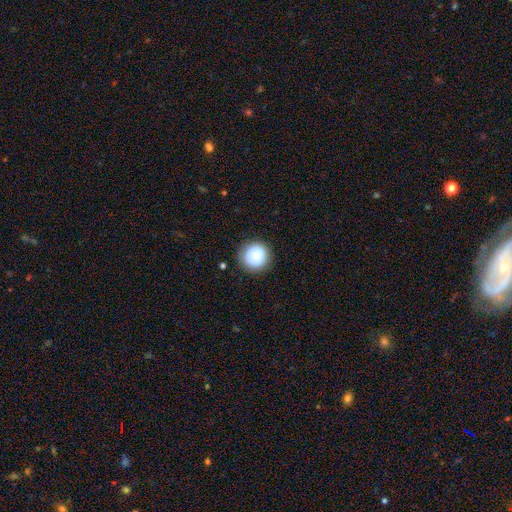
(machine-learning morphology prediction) A smooth galaxy with no disk features (75%) that is round (94%).

Vote fractions:
- Smooth or featured? smooth: 75% / featured or disk: 16% / star or artifact: 8%
- How rounded? round: 94% / in between: 5% / cigar-shaped: 1%
- Merging? none: 86% / minor disturbance: 10% / major disturbance: 3% / merger: 1%